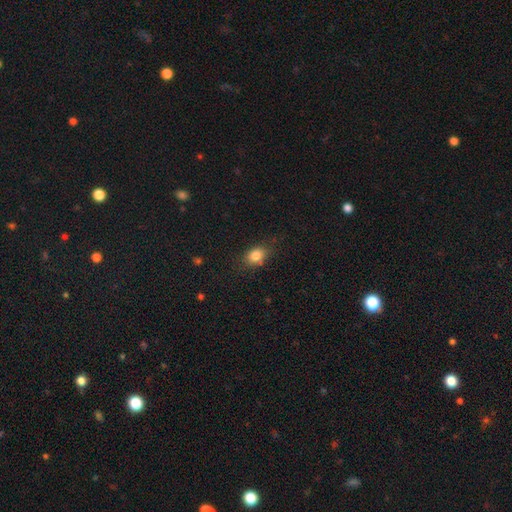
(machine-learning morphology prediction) A smooth galaxy with no disk features (83%) that is in between round and cigar-shaped (66%).

Vote fractions:
- Smooth or featured? smooth: 83% / star or artifact: 10% / featured or disk: 7%
- How rounded? in between: 66% / round: 32% / cigar-shaped: 2%
- Merging? none: 75% / minor disturbance: 18% / major disturbance: 5% / merger: 2%